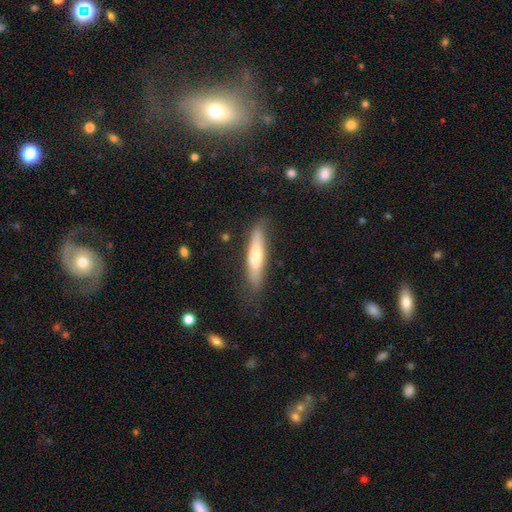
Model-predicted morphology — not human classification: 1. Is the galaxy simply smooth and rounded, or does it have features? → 67% smooth, 28% featured or disk, 6% star or artifact.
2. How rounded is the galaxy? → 83% cigar-shaped, 16% in between, 1% round.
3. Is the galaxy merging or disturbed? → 75% none, 18% minor disturbance, 5% major disturbance, 2% merger.